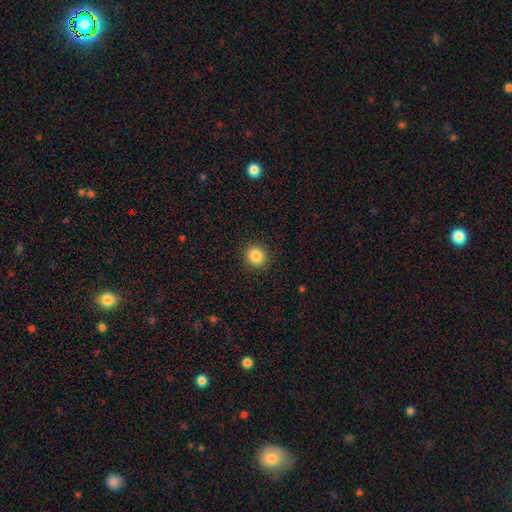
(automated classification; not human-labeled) Smooth or featured: smooth — 86% (star or artifact — 10%)
How rounded: round — 88% (in between — 11%)
Merging: none — 91% (minor disturbance — 6%)